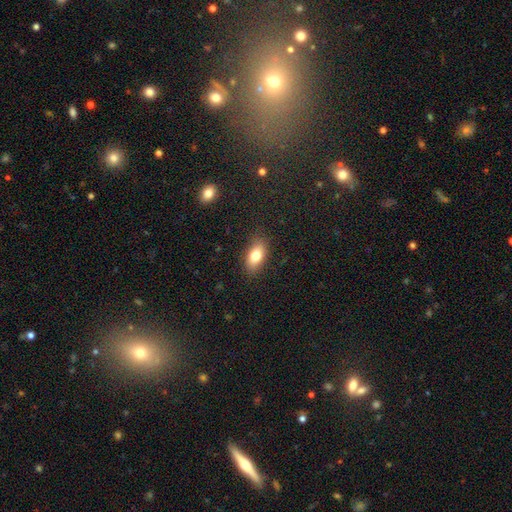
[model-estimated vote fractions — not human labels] A smooth galaxy with no disk features (80%) that is in between round and cigar-shaped (86%). Merging: none (84%).